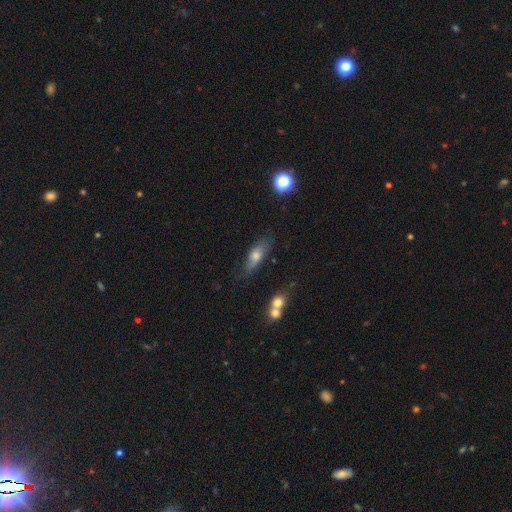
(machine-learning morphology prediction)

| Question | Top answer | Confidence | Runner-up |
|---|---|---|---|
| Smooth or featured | smooth | 60% | featured or disk (31%) |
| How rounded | in between | 57% | cigar-shaped (38%) |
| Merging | none | 66% | minor disturbance (23%) |